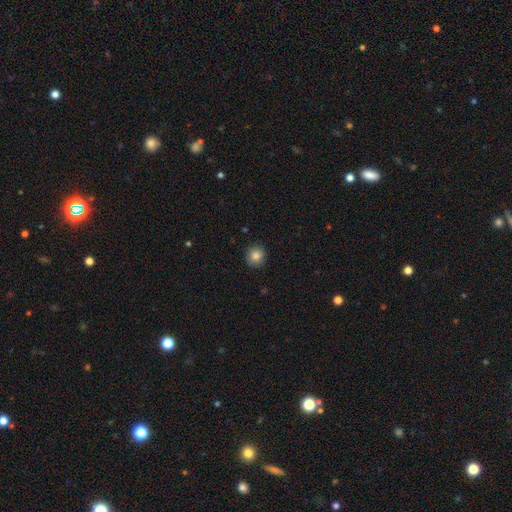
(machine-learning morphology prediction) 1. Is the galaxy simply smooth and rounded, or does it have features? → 84% smooth, 10% star or artifact, 6% featured or disk.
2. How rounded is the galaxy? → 92% round, 7% in between, 1% cigar-shaped.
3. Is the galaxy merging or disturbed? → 91% none, 6% minor disturbance, 2% major disturbance, 1% merger.